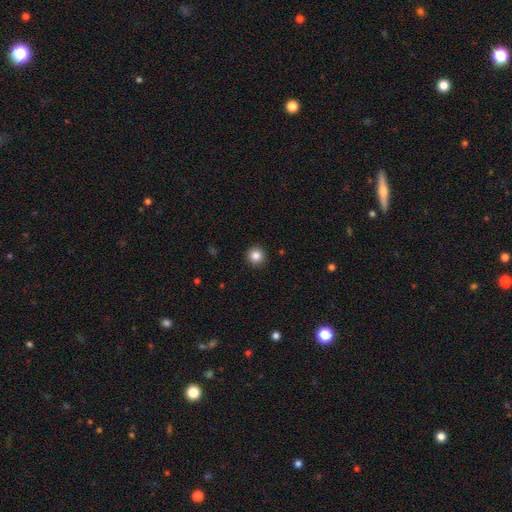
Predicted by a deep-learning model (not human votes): This is clearly a smooth galaxy (85%). How rounded: clearly round (95%). Merging: clearly none (93%).